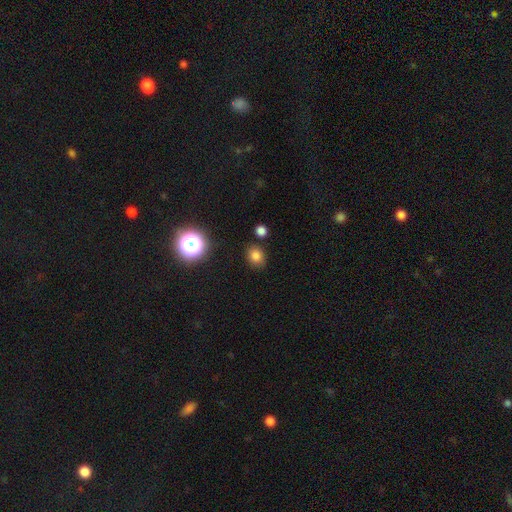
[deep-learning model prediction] This appears to be a smooth galaxy with no disk features (78%) that is round (66%). Merging: none (84%).